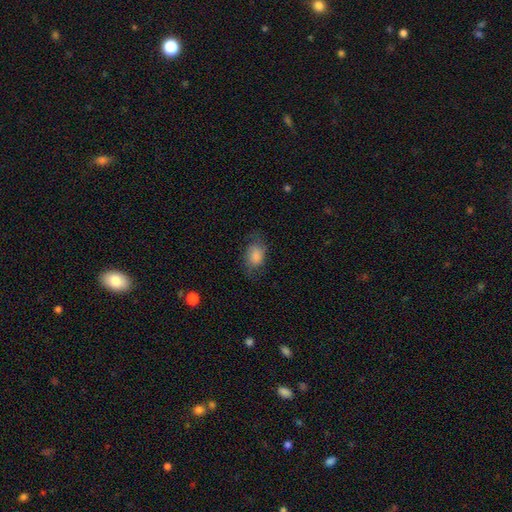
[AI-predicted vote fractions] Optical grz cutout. It shows a smooth galaxy with no disk features (73%) that is in between round and cigar-shaped (83%). Merging: none (62%).